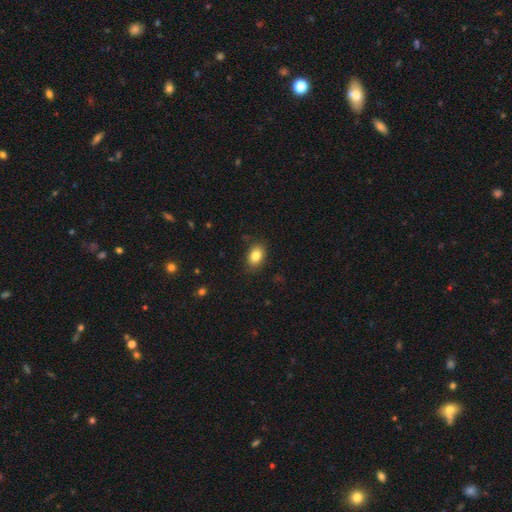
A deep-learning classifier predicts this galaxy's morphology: smooth 84%, star or artifact 9%, featured or disk 7%. Down the decision tree: how rounded — in between (76%); merging — none (86%).